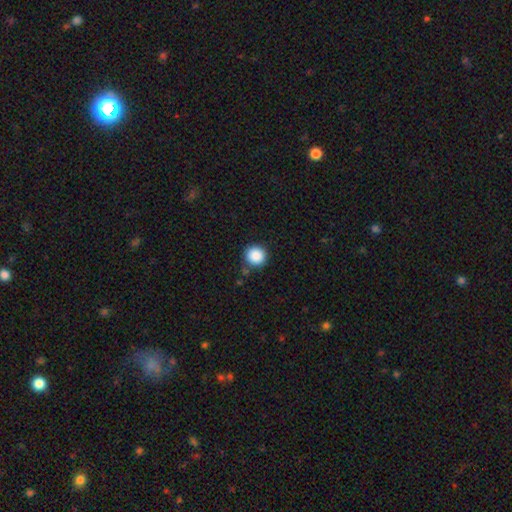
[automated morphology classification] type=smooth (88%); roundness=round (93%); merging=none (84%).